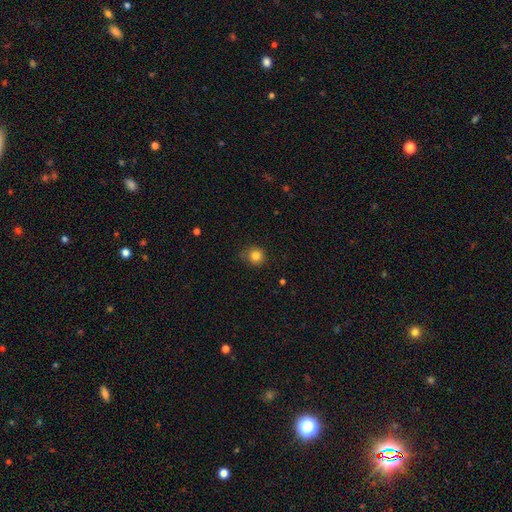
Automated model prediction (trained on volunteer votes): smooth-or-featured: smooth: 83% | star or artifact: 11% | featured or disk: 5%
  how-rounded: round: 91% | in between: 8% | cigar-shaped: 1%
  merging: none: 76% | minor disturbance: 19% | major disturbance: 4% | merger: 1%